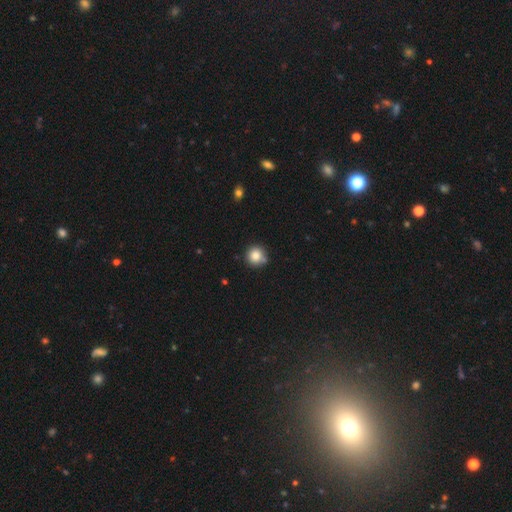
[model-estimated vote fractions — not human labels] smooth 84%, star or artifact 10%, featured or disk 6%. Down the decision tree: how rounded — round (94%); merging — none (76%).